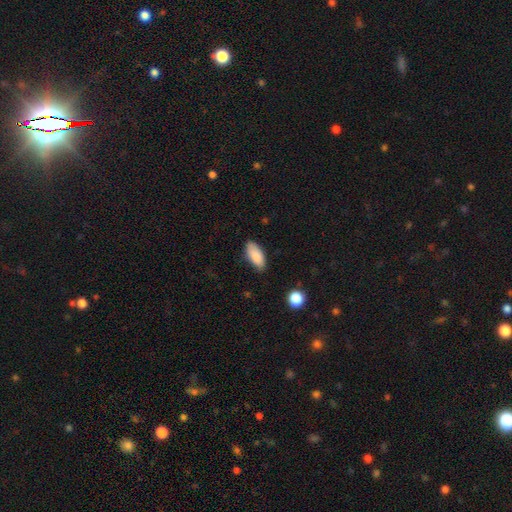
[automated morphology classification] A smooth galaxy with no disk features (87%) that is in between round and cigar-shaped (89%). Merging: none (77%).